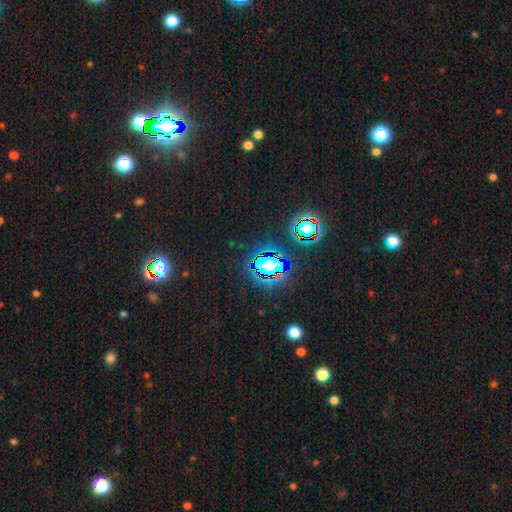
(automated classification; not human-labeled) Smooth or featured? star or artifact (83%)